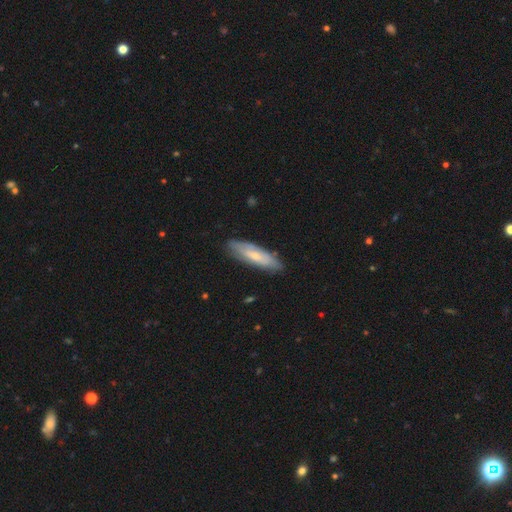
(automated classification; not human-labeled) Smooth or featured? smooth (51%)
How rounded? cigar-shaped (59%)
Merging? none (80%)